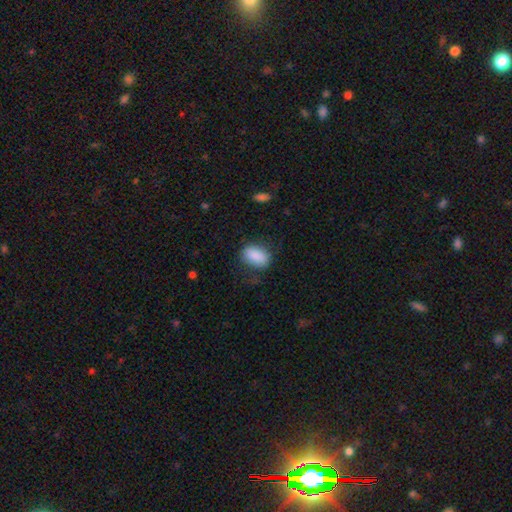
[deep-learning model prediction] smooth-or-featured: smooth: 88% | star or artifact: 7% | featured or disk: 5%
  how-rounded: in between: 88% | round: 10% | cigar-shaped: 2%
  merging: none: 74% | minor disturbance: 18% | major disturbance: 7% | merger: 1%